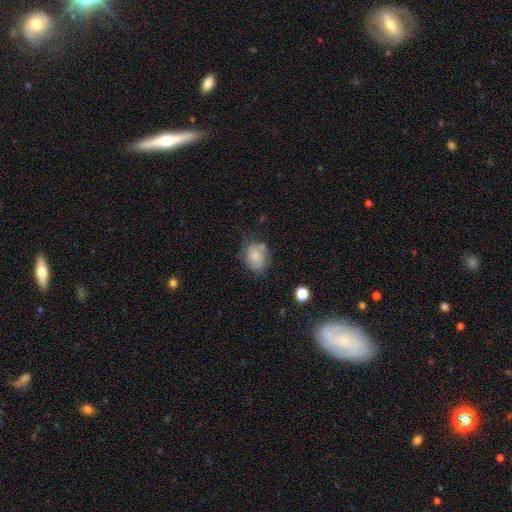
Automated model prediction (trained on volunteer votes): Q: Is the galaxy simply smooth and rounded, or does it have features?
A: smooth — 70%.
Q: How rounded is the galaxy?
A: in between — 58%.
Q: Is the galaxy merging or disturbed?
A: none — 58%.